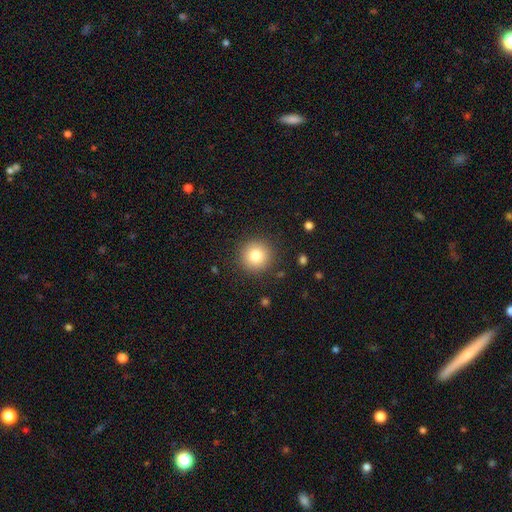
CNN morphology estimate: Smooth or featured? smooth (81%)
How rounded? round (95%)
Merging? none (90%)